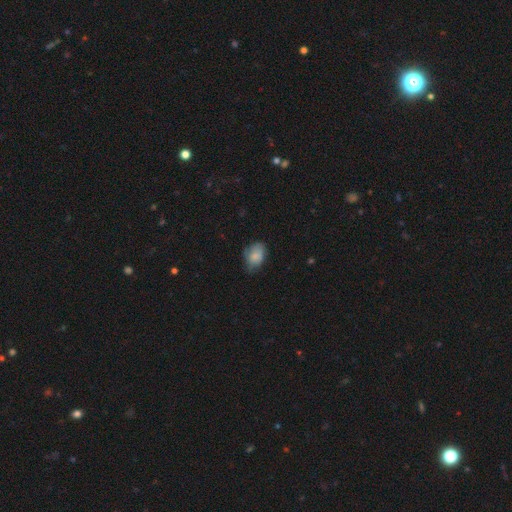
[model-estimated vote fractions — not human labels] smooth_or_featured: smooth (p=0.79) [alt: featured or disk p=0.12]
how_rounded: in between (p=0.80) [alt: round p=0.19]
merging: none (p=0.54) [alt: minor disturbance p=0.35]